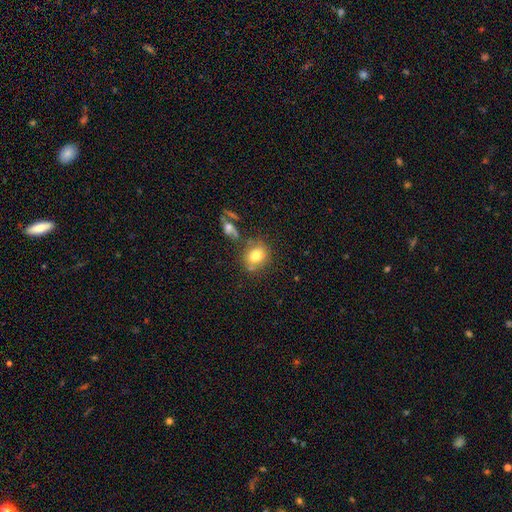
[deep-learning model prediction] The model was most divided on "how rounded": round: 63%, in between: 36%, cigar-shaped: 1%. More confident: smooth or featured — smooth (77%); merging — none (67%).